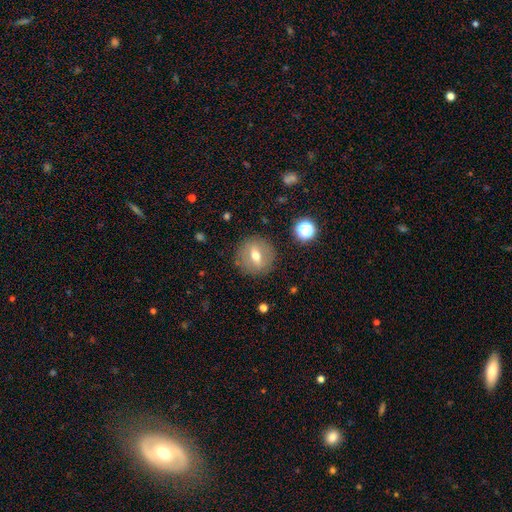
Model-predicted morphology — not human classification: smooth 47%, featured or disk 42%, star or artifact 11%. Down the decision tree: merging — none (85%).